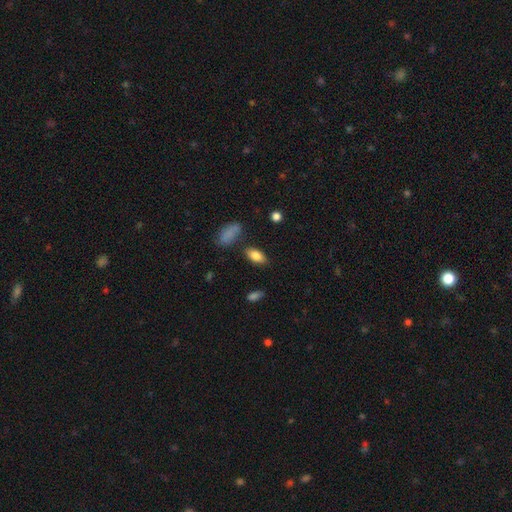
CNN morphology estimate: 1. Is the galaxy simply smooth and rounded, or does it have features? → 82% smooth, 10% featured or disk, 8% star or artifact.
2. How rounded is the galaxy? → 90% in between, 6% cigar-shaped, 4% round.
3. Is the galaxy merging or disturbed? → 80% none, 12% minor disturbance, 4% merger, 3% major disturbance.